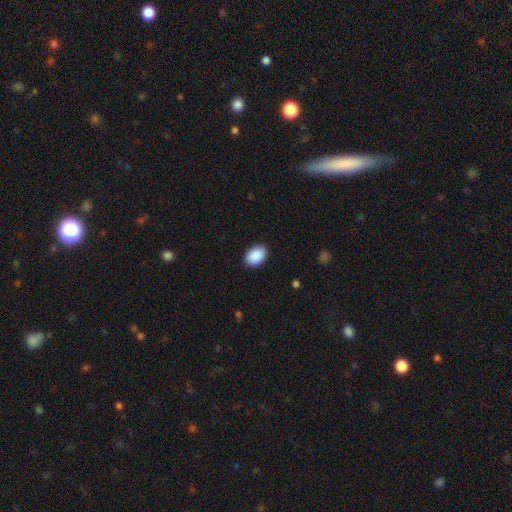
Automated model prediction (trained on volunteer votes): Morphology: type=smooth (91%); roundness=in between (83%); merging=none (90%).